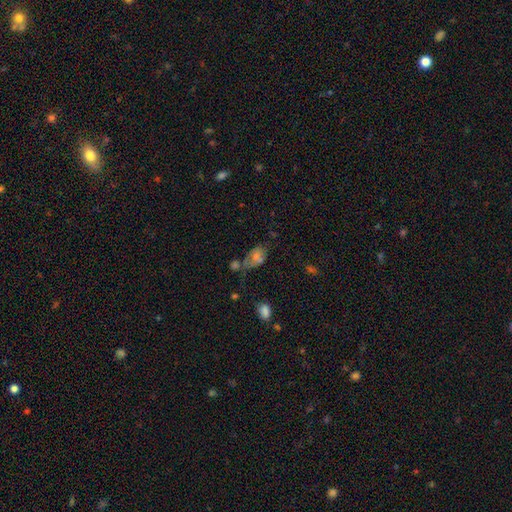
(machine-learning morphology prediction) Smooth or featured: smooth — 40% (featured or disk — 31%)
Merging: none — 40% (merger — 22%)